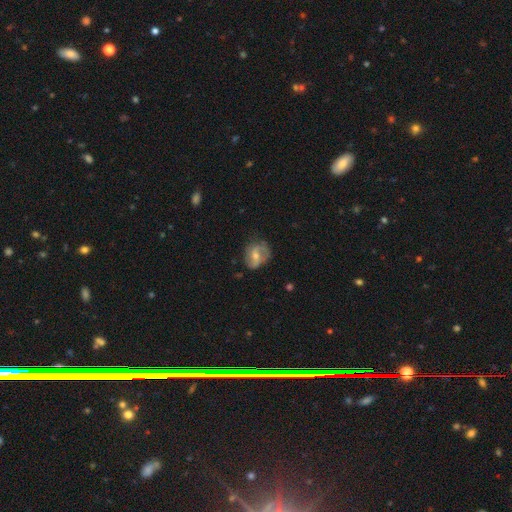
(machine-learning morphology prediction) featured or disk 64%, smooth 26%, star or artifact 10%. Down the decision tree: edge-on disk — no (97%); bar — weak (44%); spiral arms — yes (80%); bulge size — moderate (54%); merging — none (65%).